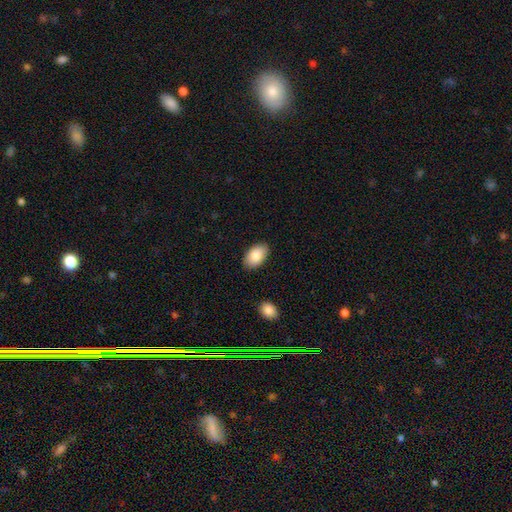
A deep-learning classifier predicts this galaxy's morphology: This is clearly a smooth galaxy (86%). How rounded: clearly in between (94%). Merging: clearly none (86%).